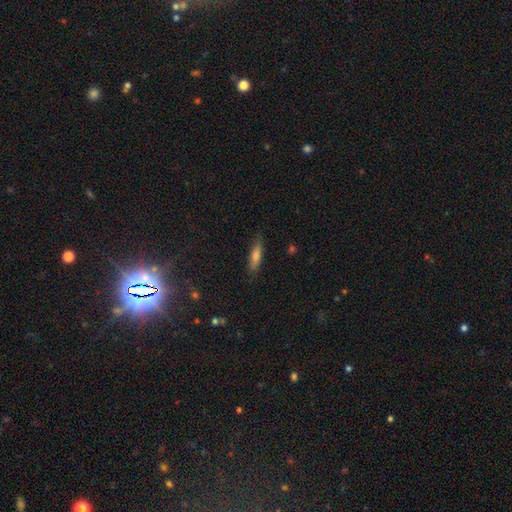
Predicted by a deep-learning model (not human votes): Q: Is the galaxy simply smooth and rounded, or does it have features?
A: smooth — 68%.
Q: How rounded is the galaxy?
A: cigar-shaped — 71%.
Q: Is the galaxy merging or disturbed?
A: none — 85%.